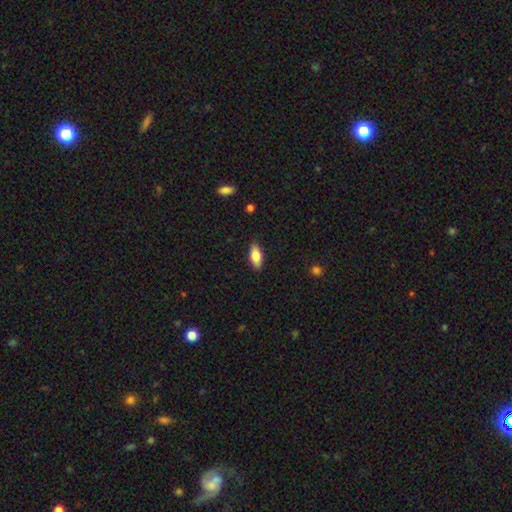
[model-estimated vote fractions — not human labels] Smooth or featured? Predicted: smooth (p=0.76). How rounded? Predicted: in between (p=0.81). Merging? Predicted: none (p=0.87).